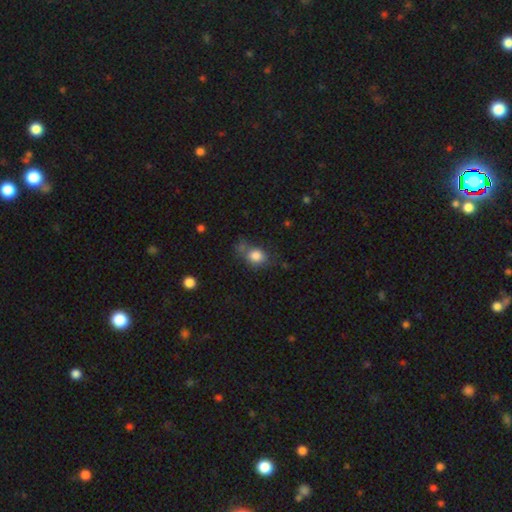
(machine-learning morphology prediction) This is clearly a smooth galaxy (82%). How rounded: possibly round (51%). Merging: possibly none (55%).